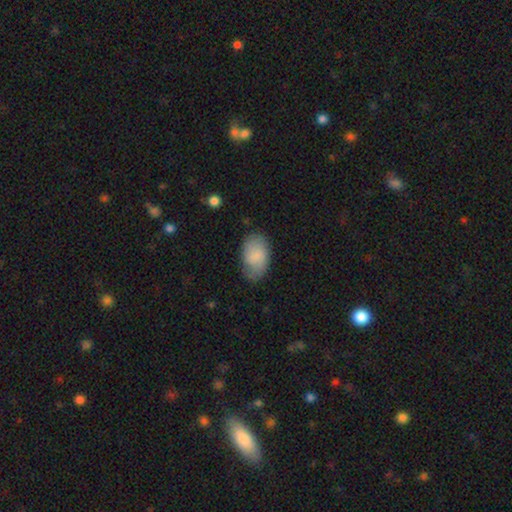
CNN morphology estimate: Q: Smooth or featured?
A: smooth (77%); runner-up: featured or disk (16%)
Q: How rounded?
A: in between (92%); runner-up: round (6%)
Q: Merging?
A: none (71%); runner-up: minor disturbance (22%)